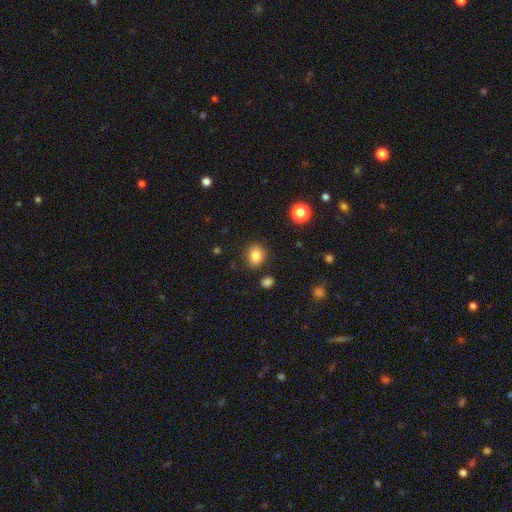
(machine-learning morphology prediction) Smooth or featured? smooth (83%)
How rounded? round (63%)
Merging? none (86%)